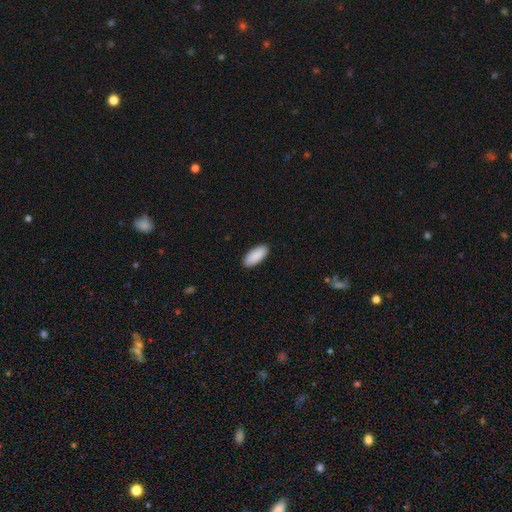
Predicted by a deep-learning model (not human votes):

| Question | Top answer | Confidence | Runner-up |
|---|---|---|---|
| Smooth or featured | smooth | 91% | star or artifact (6%) |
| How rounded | in between | 86% | cigar-shaped (12%) |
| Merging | none | 91% | minor disturbance (7%) |